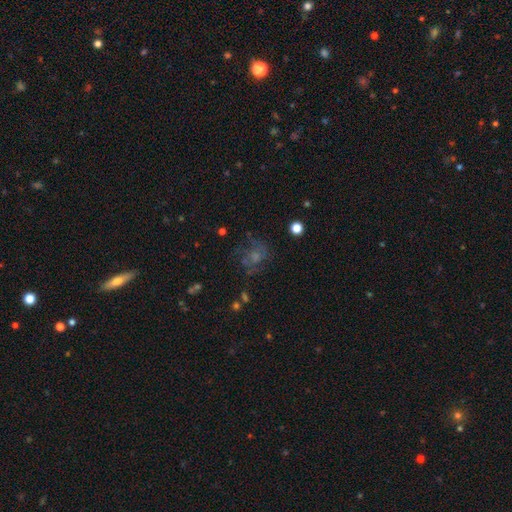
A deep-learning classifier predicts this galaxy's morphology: The model was most divided on "smooth or featured": featured or disk: 41%, smooth: 38%, star or artifact: 21%. More confident: merging — none (54%).